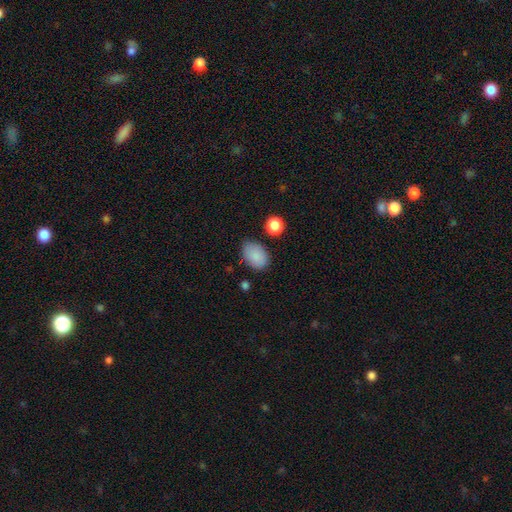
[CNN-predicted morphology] Smooth or featured: smooth — 87% (star or artifact — 8%)
How rounded: in between — 86% (round — 13%)
Merging: none — 75% (minor disturbance — 18%)